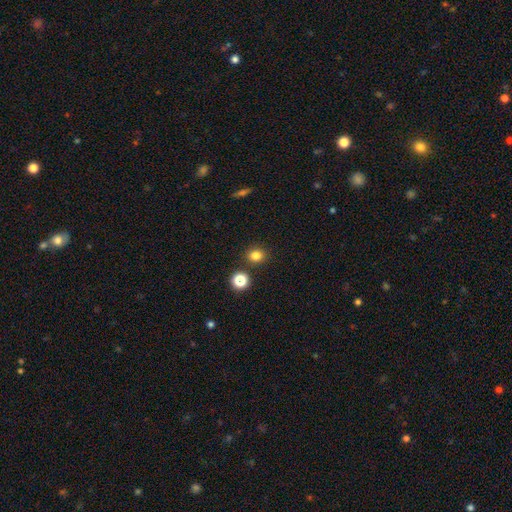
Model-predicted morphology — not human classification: type=smooth (80%); roundness=round (75%); merging=none (86%).